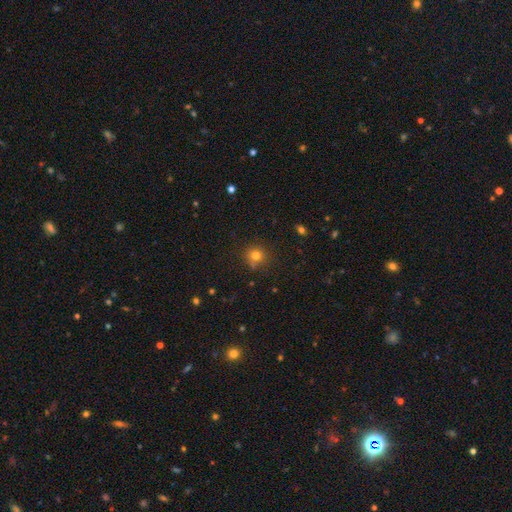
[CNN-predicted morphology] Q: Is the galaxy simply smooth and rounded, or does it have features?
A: smooth — 76%.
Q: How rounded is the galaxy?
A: round — 89%.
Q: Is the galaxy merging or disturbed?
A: none — 76%.